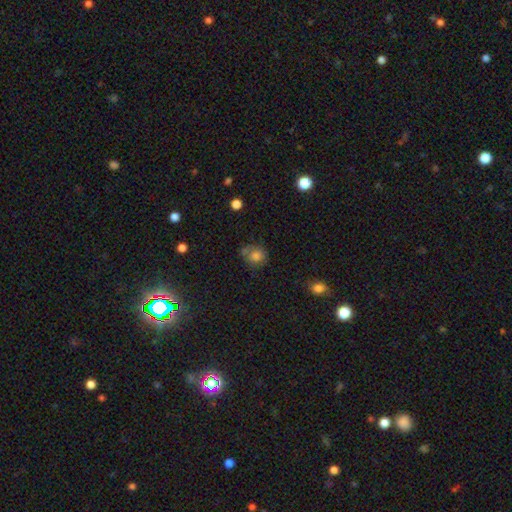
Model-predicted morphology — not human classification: This appears to be a smooth galaxy with no disk features (77%) that is round (79%). Merging: none (56%).